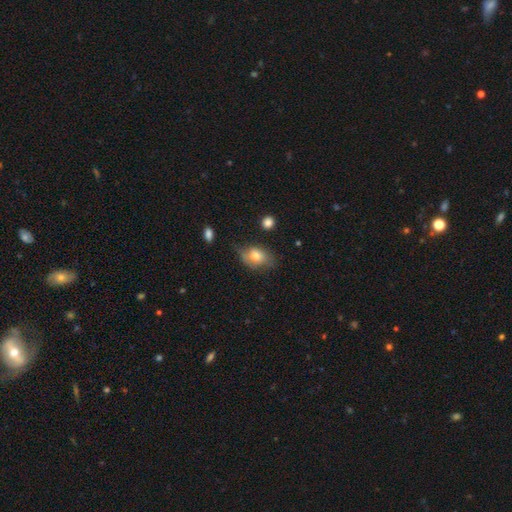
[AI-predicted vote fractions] smooth 71%, featured or disk 21%, star or artifact 8%. Down the decision tree: how rounded — in between (82%); merging — none (59%).